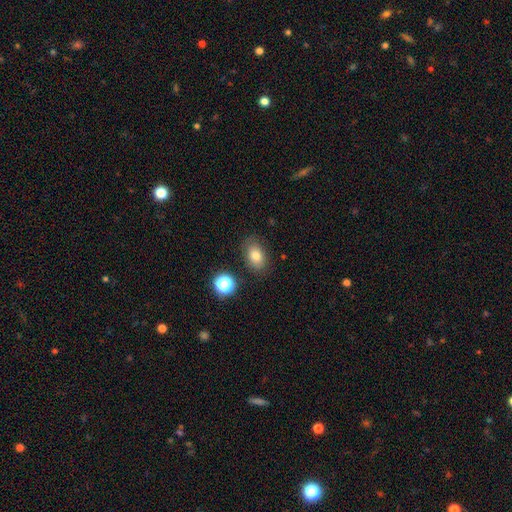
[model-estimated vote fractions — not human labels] This is likely a smooth galaxy (78%). How rounded: likely in between (80%). Merging: clearly none (82%).